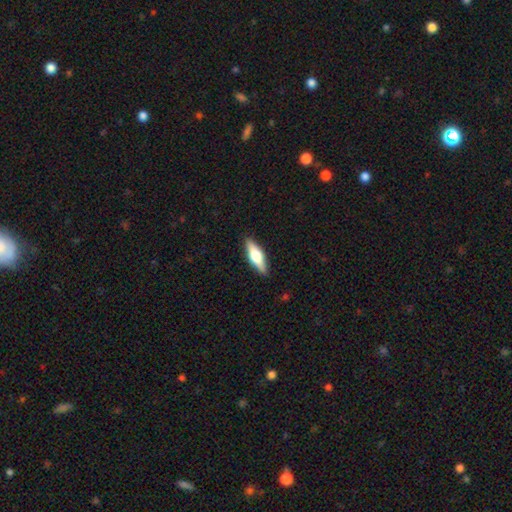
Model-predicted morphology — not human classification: Smooth or featured?
  - featured or disk: 48% *
  - smooth: 46%
  - star or artifact: 6%
Merging?
  - none: 89% *
  - minor disturbance: 8%
  - major disturbance: 2%
  - merger: 1%